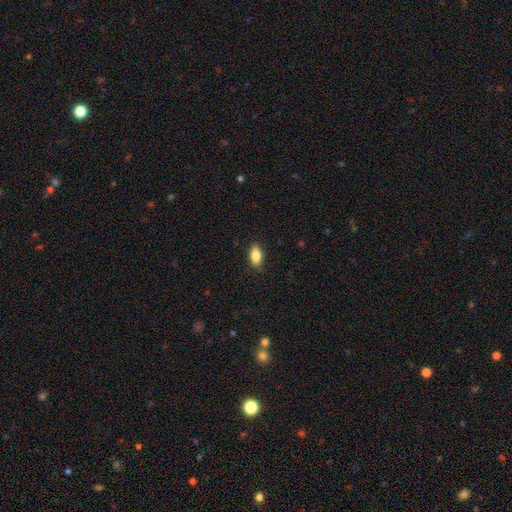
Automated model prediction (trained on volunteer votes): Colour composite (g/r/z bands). It shows a smooth galaxy with no disk features (81%) that is in between round and cigar-shaped (86%). Merging: none (87%).